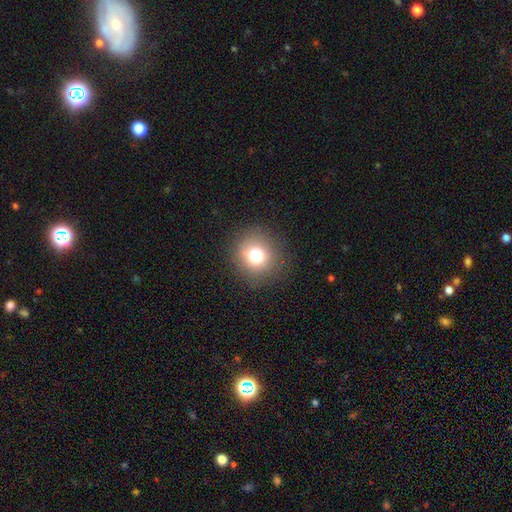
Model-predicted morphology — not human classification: smooth_or_featured: smooth (p=0.75) [alt: star or artifact p=0.14]
how_rounded: round (p=0.91) [alt: in between p=0.08]
merging: none (p=0.87) [alt: minor disturbance p=0.09]